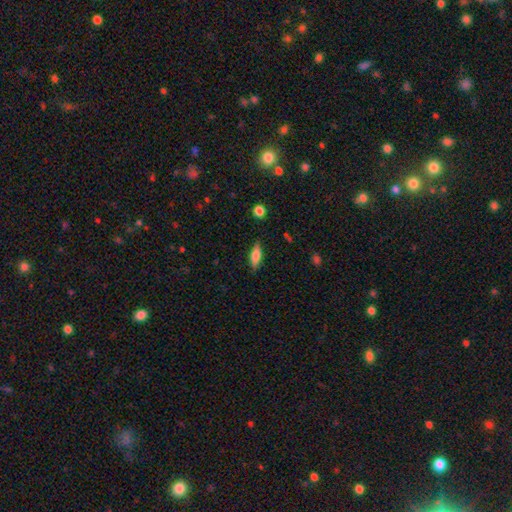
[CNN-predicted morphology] Smooth or featured? Predicted: smooth (p=0.66). How rounded? Predicted: in between (p=0.57). Merging? Predicted: none (p=0.85).